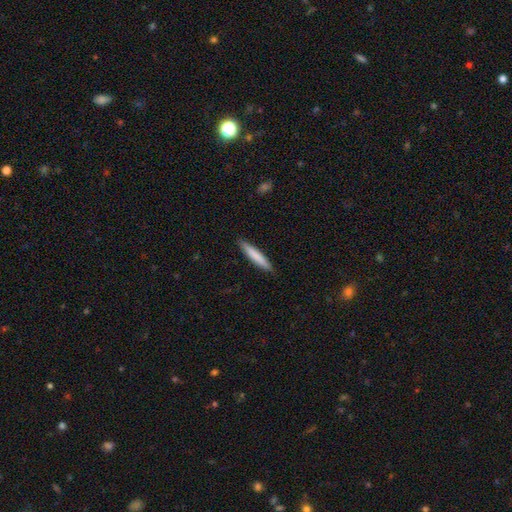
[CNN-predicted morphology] Overall: smooth (76%). How rounded: cigar-shaped (93%). Merging: none (90%).